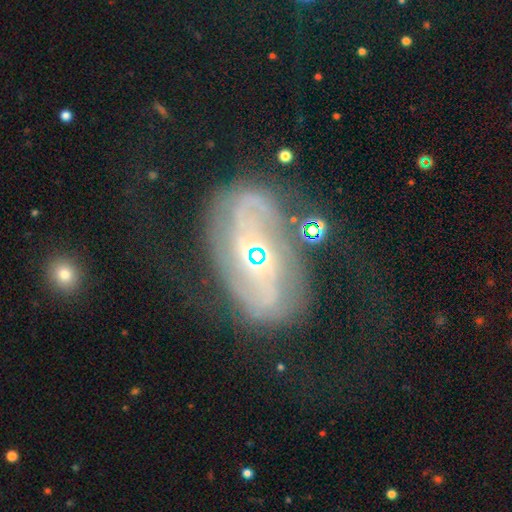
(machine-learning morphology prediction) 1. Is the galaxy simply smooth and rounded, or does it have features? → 85% featured or disk, 8% smooth, 8% star or artifact.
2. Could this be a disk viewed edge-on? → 96% no, 4% yes.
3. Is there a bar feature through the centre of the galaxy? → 52% no, 33% weak, 15% strong.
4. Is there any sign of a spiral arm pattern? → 93% yes, 7% no.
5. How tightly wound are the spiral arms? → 48% tight, 38% medium, 14% loose.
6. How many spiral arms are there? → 63% 2, 18% can't tell, 7% 3, 4% 1, 4% 4, 3% more than 4.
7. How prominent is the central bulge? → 78% small, 17% moderate, 2% none, 1% large, 1% dominant.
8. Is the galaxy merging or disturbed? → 62% none, 18% minor disturbance, 15% major disturbance, 5% merger.